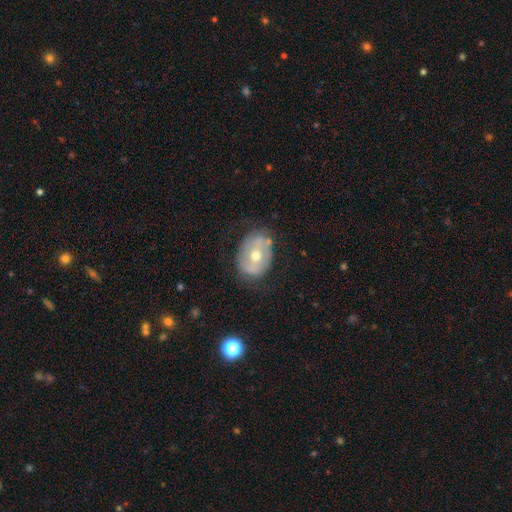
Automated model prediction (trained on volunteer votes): The model was most divided on "spiral arms": no: 62%, yes: 38%. More confident: edge-on disk — no (94%); bulge size — moderate (68%); merging — none (68%); smooth or featured — featured or disk (59%); bar — no (54%).